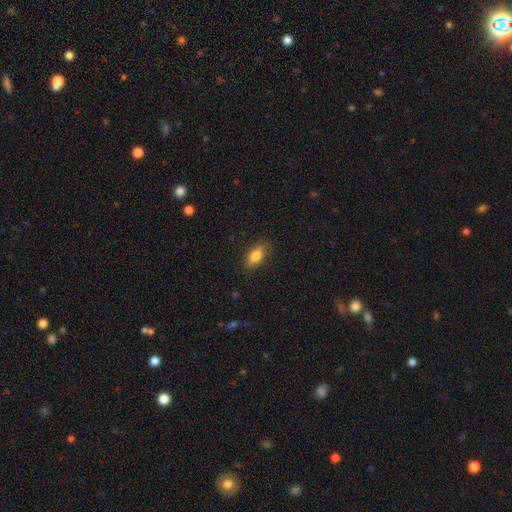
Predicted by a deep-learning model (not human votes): The model was most divided on "how rounded": in between: 83%, cigar-shaped: 13%, round: 4%. More confident: merging — none (85%); smooth or featured — smooth (83%).